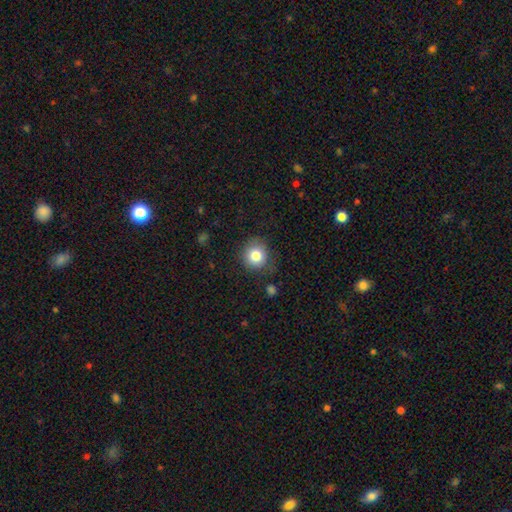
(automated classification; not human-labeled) This is clearly a smooth galaxy (82%). How rounded: clearly round (90%). Merging: clearly none (81%).